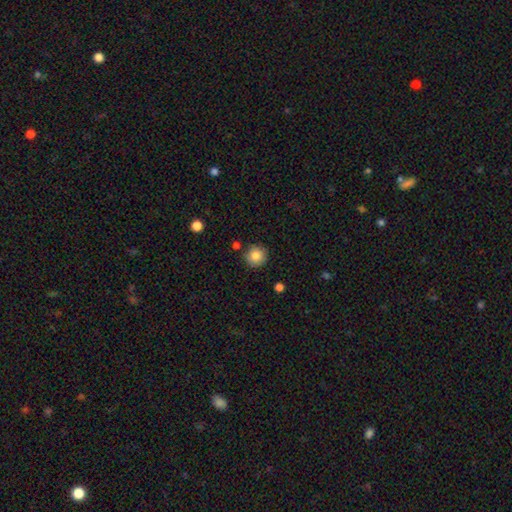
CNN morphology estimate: type=smooth (86%); roundness=round (94%); merging=none (86%).